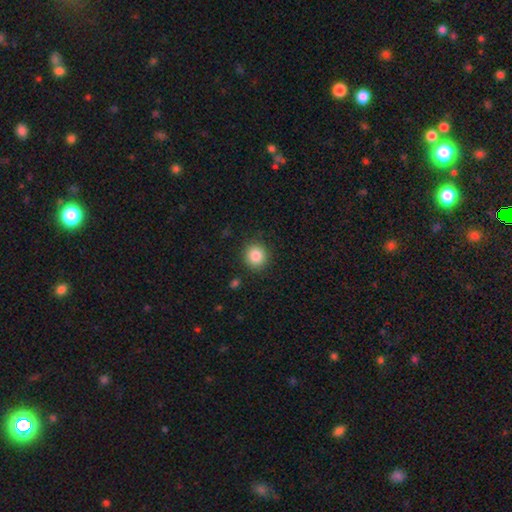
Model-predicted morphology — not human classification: smooth 85%, star or artifact 9%, featured or disk 5%. Down the decision tree: how rounded — round (88%); merging — none (88%).